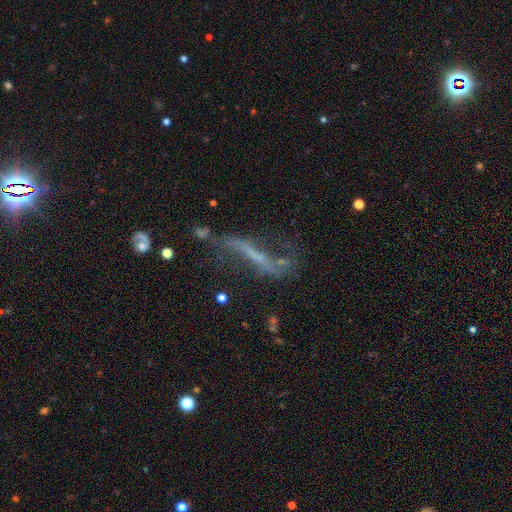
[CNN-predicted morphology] featured or disk 63%, smooth 21%, star or artifact 16%. Down the decision tree: edge-on disk — no (63%); merging — none (41%).